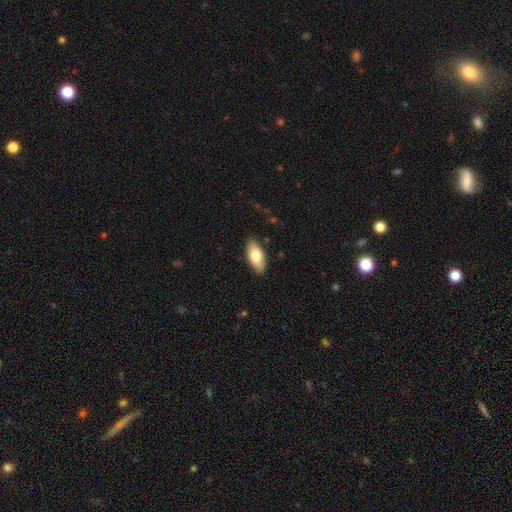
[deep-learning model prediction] This appears to be a smooth galaxy with no disk features (77%) that is in between round and cigar-shaped (88%). Merging: none (88%).